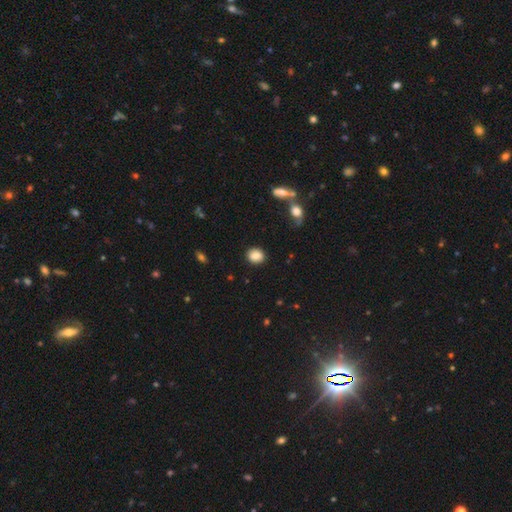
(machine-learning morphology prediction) Q: Smooth or featured?
A: smooth (84%); runner-up: star or artifact (9%)
Q: How rounded?
A: round (68%); runner-up: in between (30%)
Q: Merging?
A: none (89%); runner-up: minor disturbance (7%)